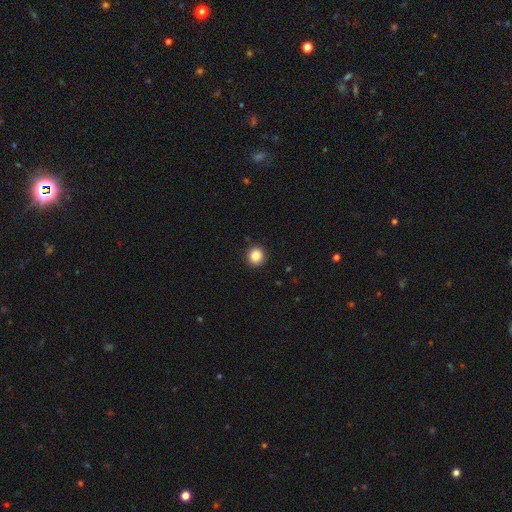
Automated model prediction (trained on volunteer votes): Smooth or featured? Predicted: smooth (p=0.85). How rounded? Predicted: round (p=0.91). Merging? Predicted: none (p=0.92).